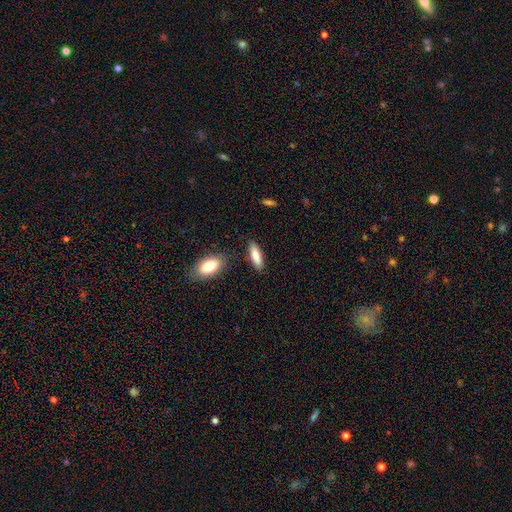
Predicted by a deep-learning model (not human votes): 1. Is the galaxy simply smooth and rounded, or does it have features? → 78% smooth, 16% featured or disk, 6% star or artifact.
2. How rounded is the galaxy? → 51% in between, 47% cigar-shaped, 2% round.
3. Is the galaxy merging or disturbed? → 83% none, 10% minor disturbance, 4% merger, 2% major disturbance.